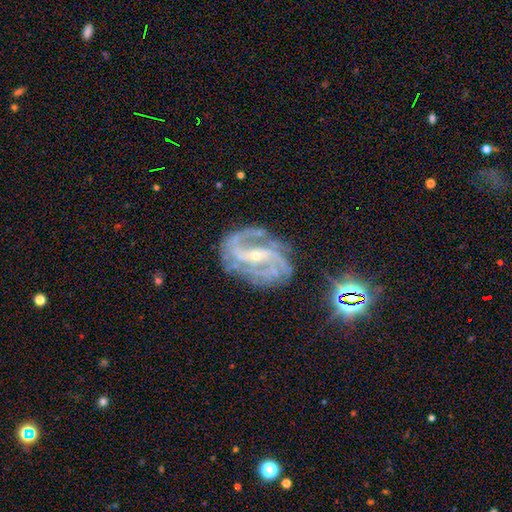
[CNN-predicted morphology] A featured or disk galaxy (90%) with a strong bar (40%), 2 (53%) medium (53%) spiral arms (98%) and a small central bulge (78%). Merging: none (67%).